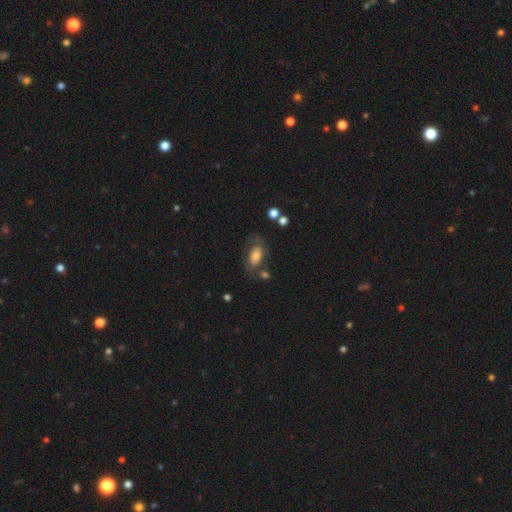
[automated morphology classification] Smooth or featured? Predicted: smooth (p=0.61). How rounded? Predicted: in between (p=0.88). Merging? Predicted: none (p=0.52).